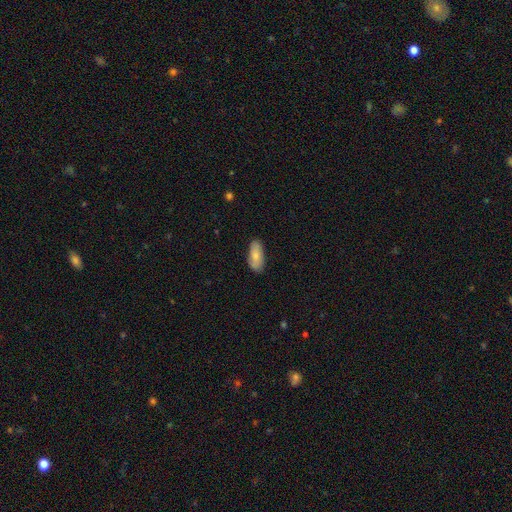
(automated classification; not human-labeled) Smooth or featured? Predicted: smooth (p=0.79). How rounded? Predicted: in between (p=0.85). Merging? Predicted: none (p=0.82).